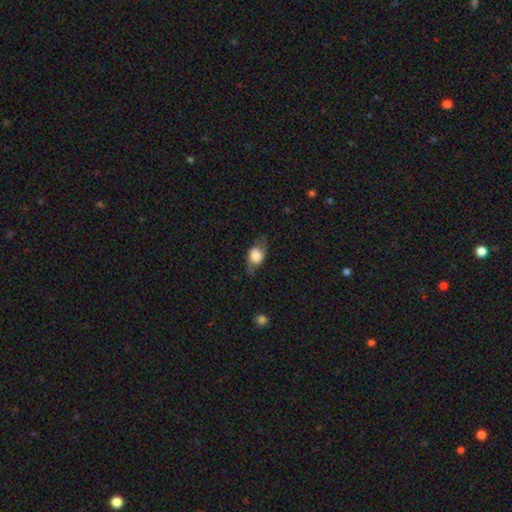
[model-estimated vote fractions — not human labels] A smooth galaxy with no disk features (57%) that is in between round and cigar-shaped (67%). Merging: none (66%).